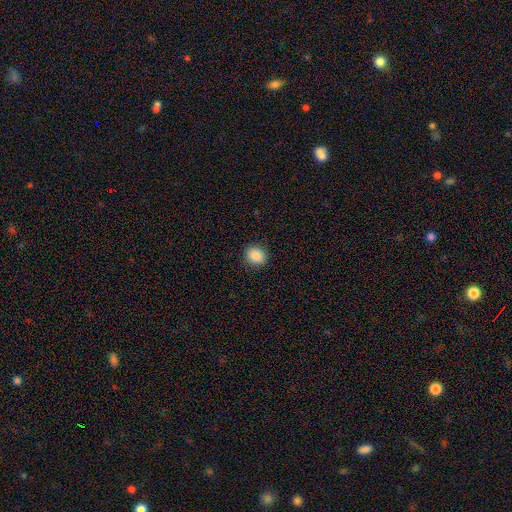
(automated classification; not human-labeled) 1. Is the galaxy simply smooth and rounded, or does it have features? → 87% smooth, 9% star or artifact, 4% featured or disk.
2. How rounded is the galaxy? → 74% round, 25% in between, 1% cigar-shaped.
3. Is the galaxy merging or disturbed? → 90% none, 7% minor disturbance, 2% major disturbance, 1% merger.